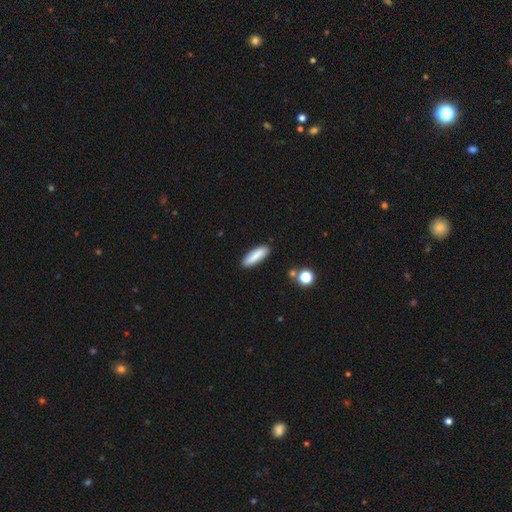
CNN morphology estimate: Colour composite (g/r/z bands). It shows a smooth galaxy with no disk features (85%) that is cigar-shaped (63%). Merging: none (88%).